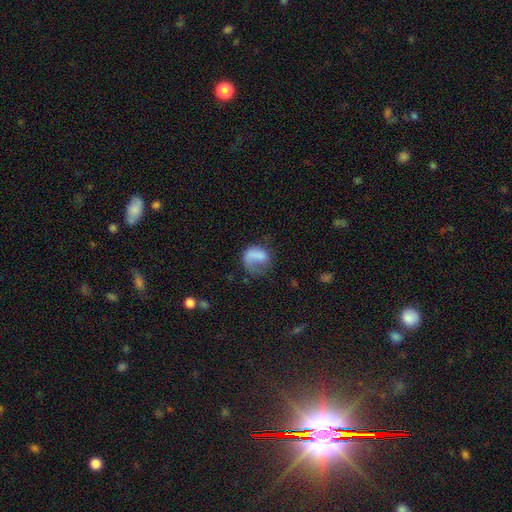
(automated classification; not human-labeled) smooth_or_featured: smooth (p=0.65) [alt: featured or disk p=0.27]
how_rounded: in between (p=0.50) [alt: round p=0.49]
merging: major disturbance (p=0.44) [alt: none p=0.31]